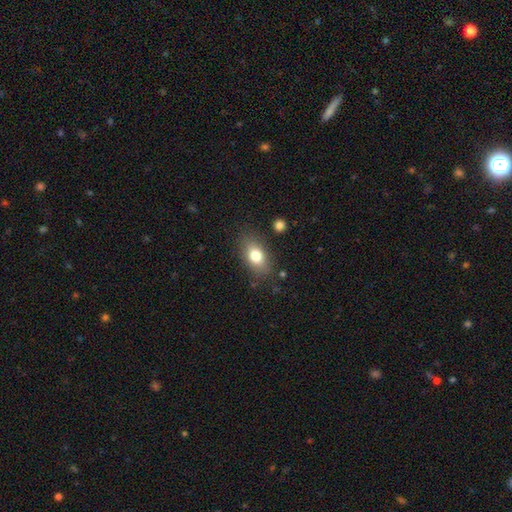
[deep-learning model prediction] This is likely a smooth galaxy (78%). How rounded: clearly in between (84%). Merging: clearly none (80%).